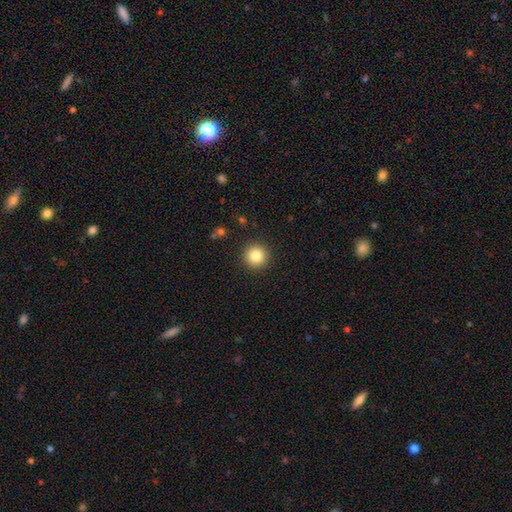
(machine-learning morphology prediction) Smooth or featured: smooth — 84% (star or artifact — 10%)
How rounded: round — 95% (in between — 4%)
Merging: none — 92% (minor disturbance — 5%)